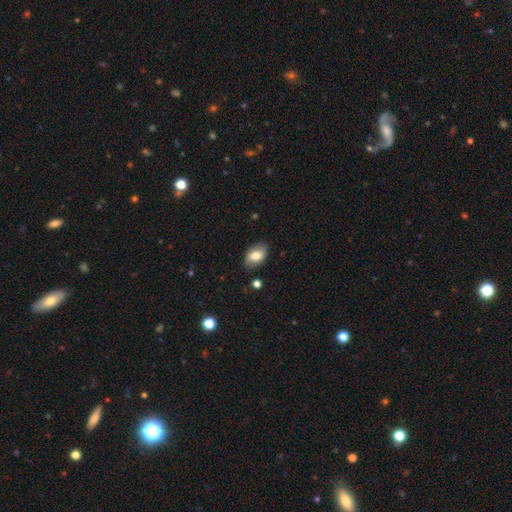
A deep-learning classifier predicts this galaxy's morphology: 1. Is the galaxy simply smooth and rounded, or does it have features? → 68% smooth, 25% featured or disk, 7% star or artifact.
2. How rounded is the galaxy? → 89% in between, 10% round, 2% cigar-shaped.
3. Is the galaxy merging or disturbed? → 83% none, 12% minor disturbance, 3% major disturbance, 1% merger.